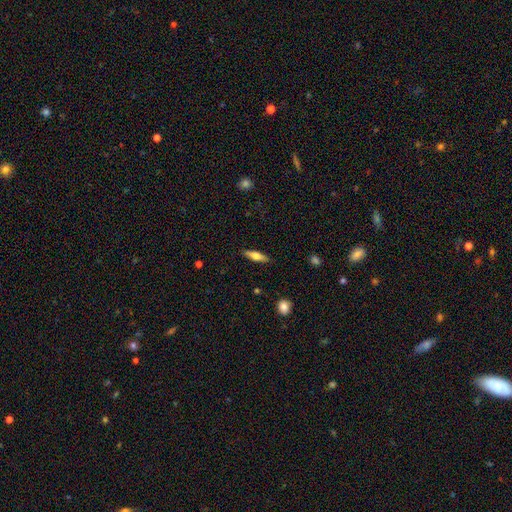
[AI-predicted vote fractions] A smooth galaxy with no disk features (60%) that is cigar-shaped (61%).

Vote fractions:
- Smooth or featured? smooth: 60% / featured or disk: 34% / star or artifact: 6%
- How rounded? cigar-shaped: 61% / in between: 37% / round: 2%
- Merging? none: 88% / minor disturbance: 9% / major disturbance: 2% / merger: 1%